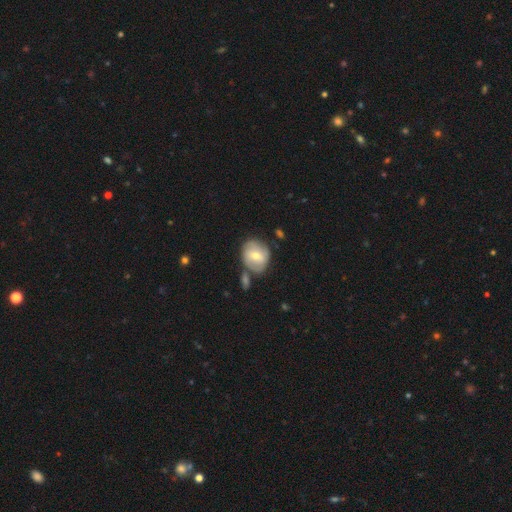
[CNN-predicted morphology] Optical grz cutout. It shows a smooth galaxy with no disk features (50%). Merging: none (60%).